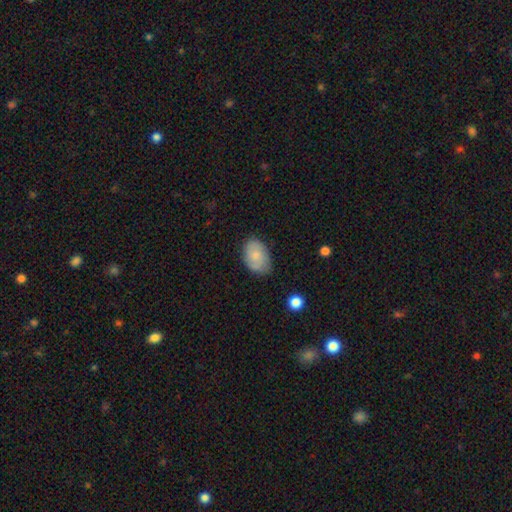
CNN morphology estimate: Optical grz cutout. It shows a smooth galaxy with no disk features (67%) that is in between round and cigar-shaped (86%). Merging: none (75%).